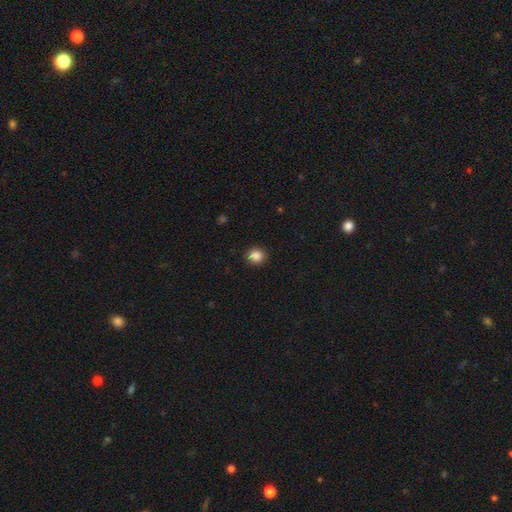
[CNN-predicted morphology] Overall: smooth (86%). How rounded: round (82%). Merging: none (89%).